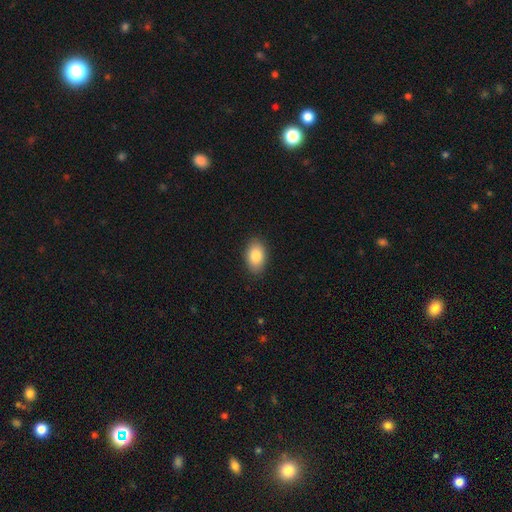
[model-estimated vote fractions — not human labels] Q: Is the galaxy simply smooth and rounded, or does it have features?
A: smooth — 84%.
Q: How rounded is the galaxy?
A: in between — 89%.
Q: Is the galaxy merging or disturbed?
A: none — 88%.